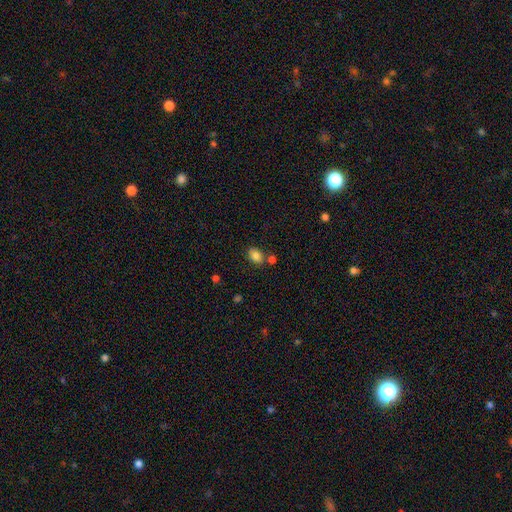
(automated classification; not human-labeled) Smooth or featured? smooth (84%)
How rounded? in between (76%)
Merging? none (71%)